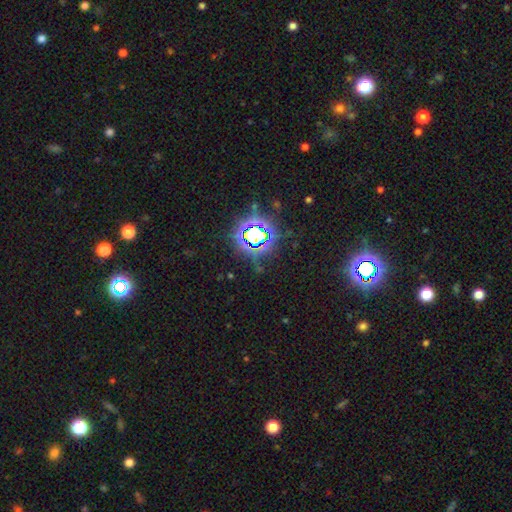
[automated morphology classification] This is likely a star or artifact rather than a galaxy (80%).